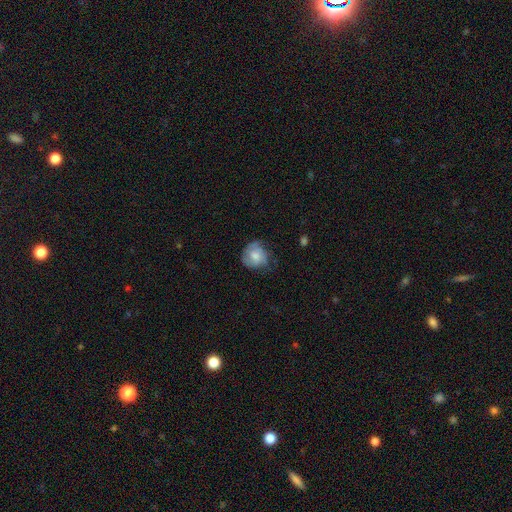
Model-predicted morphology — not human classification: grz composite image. It shows a smooth galaxy with no disk features (62%) that is round (79%). Merging: none (53%).